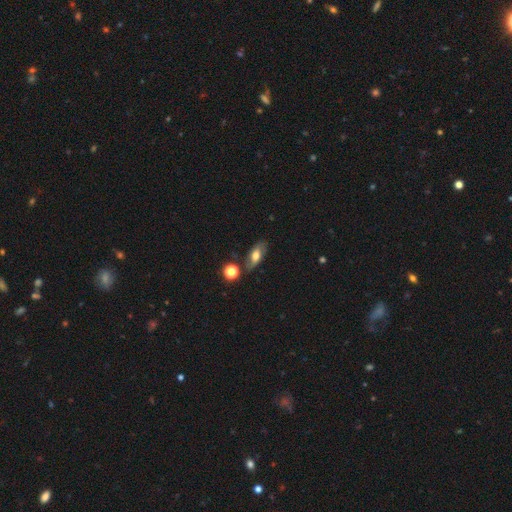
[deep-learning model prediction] Smooth or featured? smooth (55%)
How rounded? in between (78%)
Merging? none (72%)